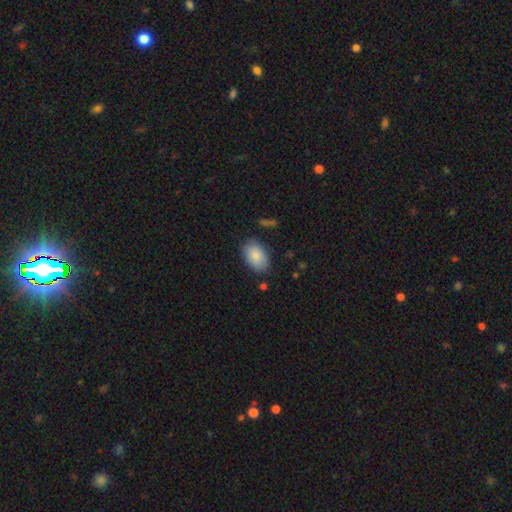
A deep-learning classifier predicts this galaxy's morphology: A smooth galaxy with no disk features (87%) that is in between round and cigar-shaped (90%).

Vote fractions:
- Smooth or featured? smooth: 87% / featured or disk: 7% / star or artifact: 6%
- How rounded? in between: 90% / round: 8% / cigar-shaped: 1%
- Merging? none: 82% / minor disturbance: 13% / major disturbance: 3% / merger: 2%